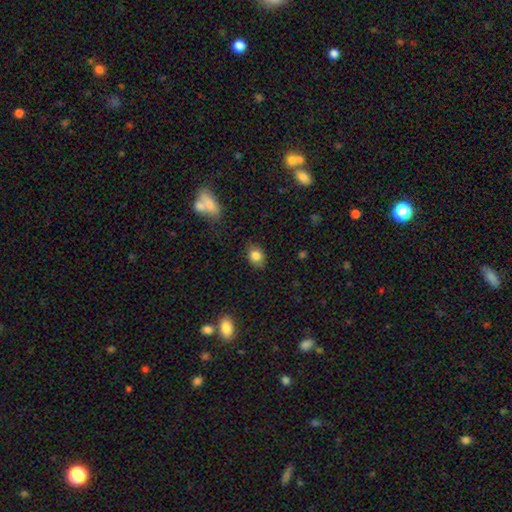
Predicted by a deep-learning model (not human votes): smooth_or_featured: smooth (p=0.83) [alt: star or artifact p=0.10]
how_rounded: in between (p=0.58) [alt: round p=0.41]
merging: none (p=0.82) [alt: minor disturbance p=0.14]